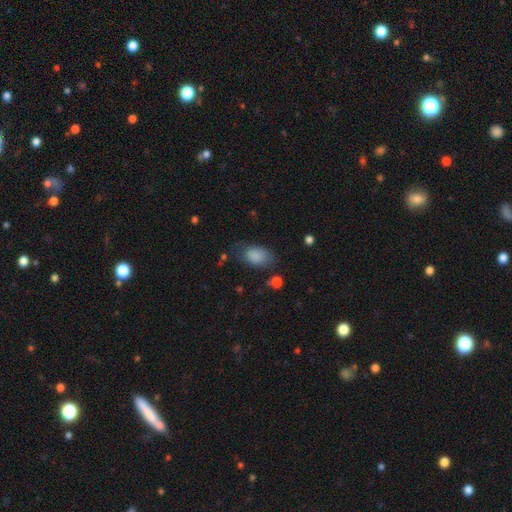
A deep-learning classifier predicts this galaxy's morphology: A smooth galaxy with no disk features (85%) that is in between round and cigar-shaped (89%).

Vote fractions:
- Smooth or featured? smooth: 85% / star or artifact: 8% / featured or disk: 7%
- How rounded? in between: 89% / round: 10% / cigar-shaped: 2%
- Merging? none: 63% / minor disturbance: 25% / major disturbance: 10% / merger: 3%